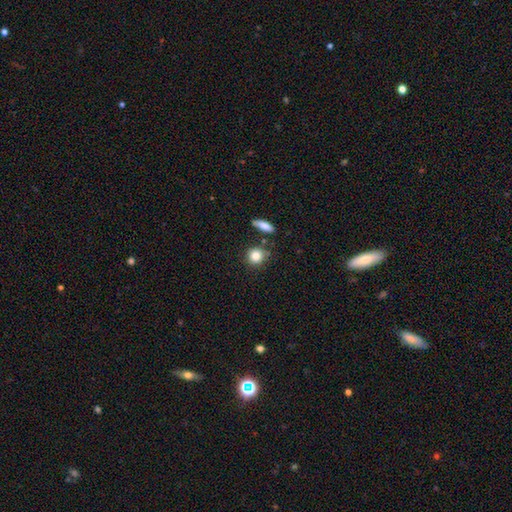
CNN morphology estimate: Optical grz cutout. It shows a smooth galaxy with no disk features (84%) that is round (85%). Merging: none (76%).